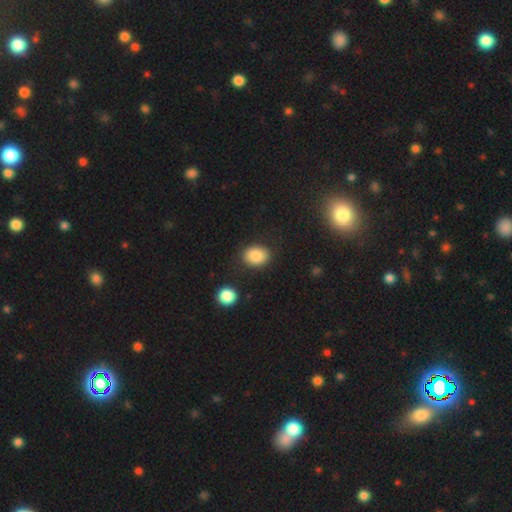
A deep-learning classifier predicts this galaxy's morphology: This appears to be a smooth galaxy with no disk features (86%) that is in between round and cigar-shaped (61%). Merging: none (84%).